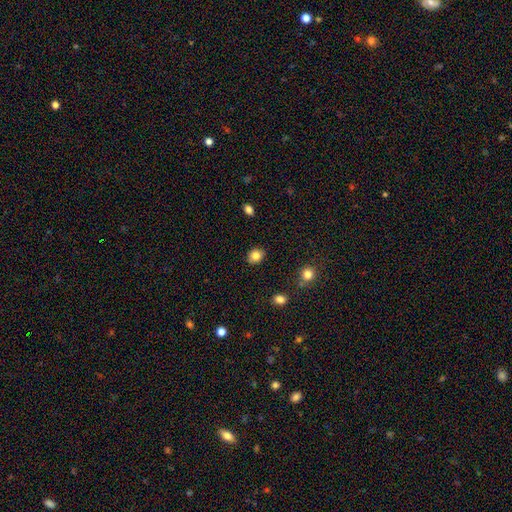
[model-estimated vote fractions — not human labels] A smooth galaxy with no disk features (83%) that is round (54%). Merging: none (88%).